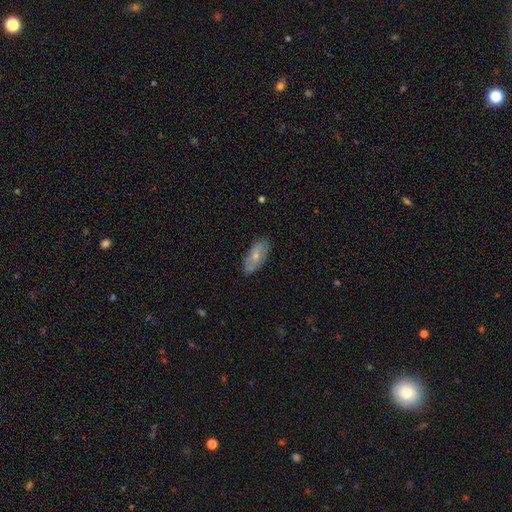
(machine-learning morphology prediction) The model was most divided on "smooth or featured": smooth: 63%, featured or disk: 31%, star or artifact: 6%. More confident: how rounded — in between (84%); merging — none (81%).